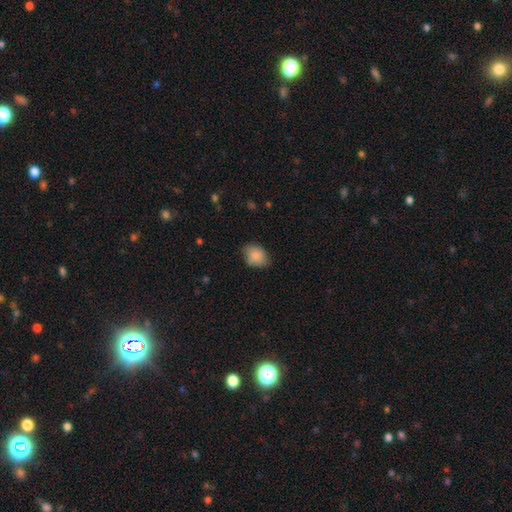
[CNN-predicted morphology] A smooth galaxy with no disk features (86%) that is in between round and cigar-shaped (67%). Merging: none (69%).